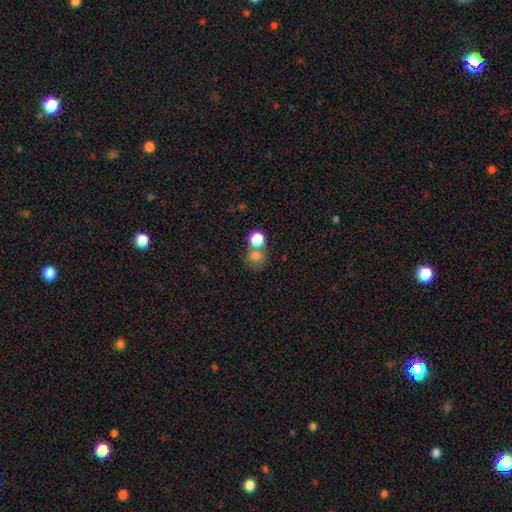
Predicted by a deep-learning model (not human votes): smooth_or_featured: smooth (p=0.76) [alt: star or artifact p=0.14]
how_rounded: round (p=0.80) [alt: in between p=0.19]
merging: none (p=0.47) [alt: merger p=0.38]